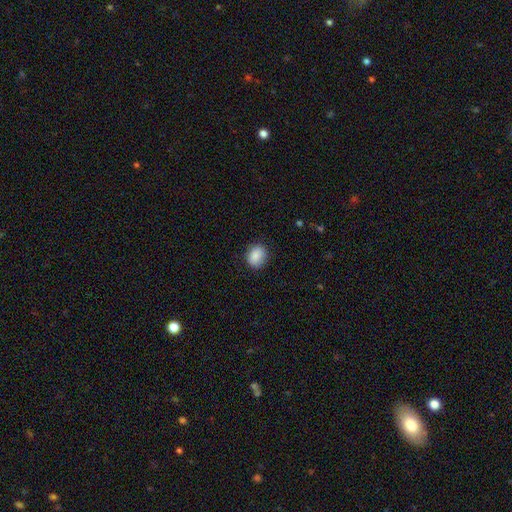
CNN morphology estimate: Smooth or featured?
  - smooth: 88% *
  - star or artifact: 8%
  - featured or disk: 4%
How rounded?
  - round: 59% *
  - in between: 40%
  - cigar-shaped: 1%
Merging?
  - none: 85% *
  - minor disturbance: 12%
  - major disturbance: 3%
  - merger: 1%